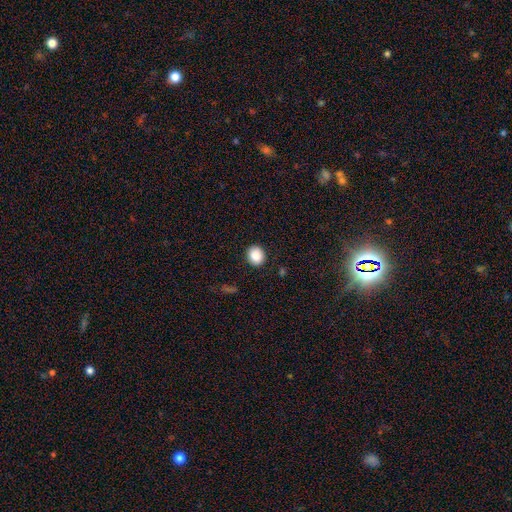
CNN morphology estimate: Smooth or featured? Predicted: smooth (p=0.87). How rounded? Predicted: round (p=0.73). Merging? Predicted: none (p=0.90).